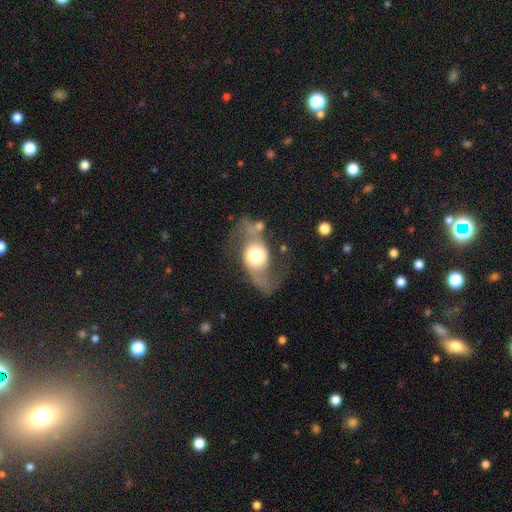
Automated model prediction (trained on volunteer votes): This is likely a featured or disk galaxy (69%). It is clearly not viewed edge-on (91%). Bar: likely no (68%). Spiral arm pattern: clearly yes (84%). Spiral arm count: clearly 2 (91%). Spiral winding: likely loose (75%). Central bulge: marginally large (45%). Merging: possibly none (49%).